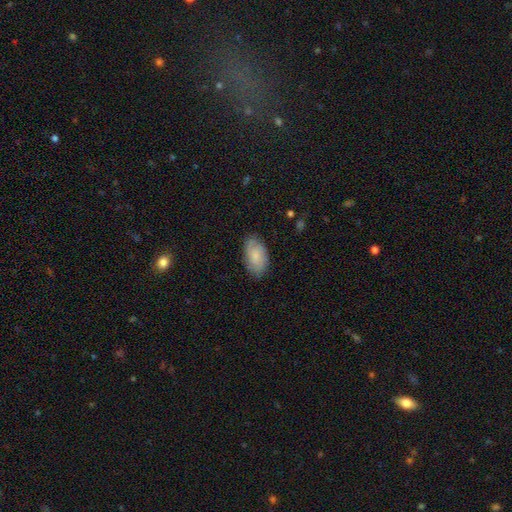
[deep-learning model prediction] This is likely a smooth galaxy (69%). How rounded: clearly in between (94%). Merging: likely none (79%).